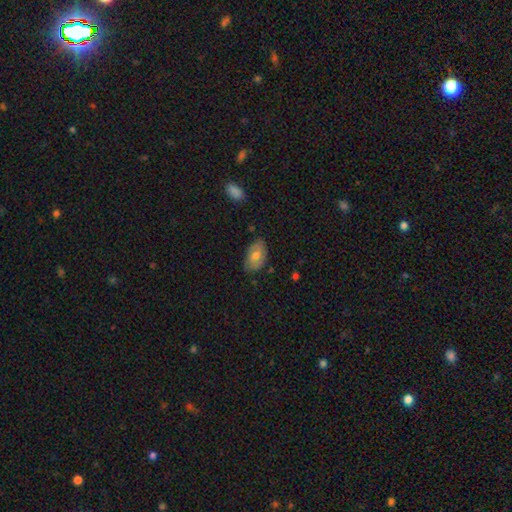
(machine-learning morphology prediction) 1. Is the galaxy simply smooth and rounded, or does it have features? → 63% smooth, 30% featured or disk, 8% star or artifact.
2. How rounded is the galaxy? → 91% in between, 7% round, 2% cigar-shaped.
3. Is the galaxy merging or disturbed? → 78% none, 17% minor disturbance, 3% major disturbance, 1% merger.